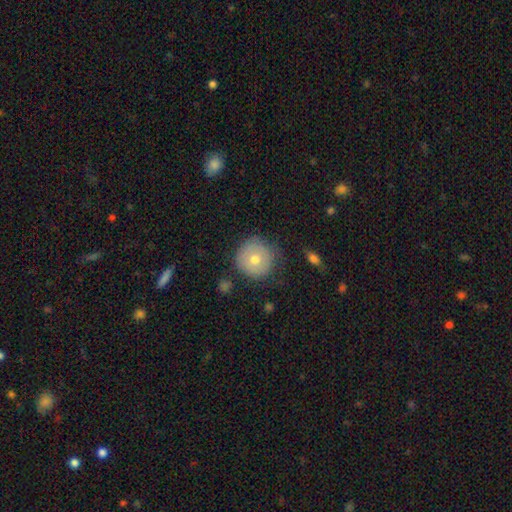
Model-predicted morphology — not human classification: A smooth galaxy with no disk features (47%). Merging: none (86%).